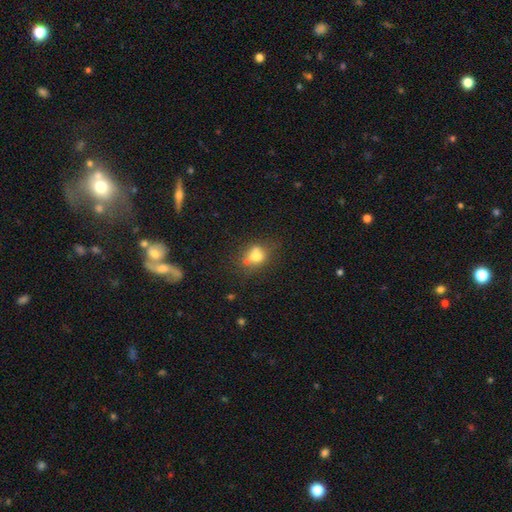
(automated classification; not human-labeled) Smooth or featured?
  - smooth: 66% *
  - featured or disk: 20%
  - star or artifact: 14%
How rounded?
  - round: 54% *
  - in between: 45%
  - cigar-shaped: 2%
Merging?
  - none: 44% *
  - merger: 30%
  - minor disturbance: 17%
  - major disturbance: 9%